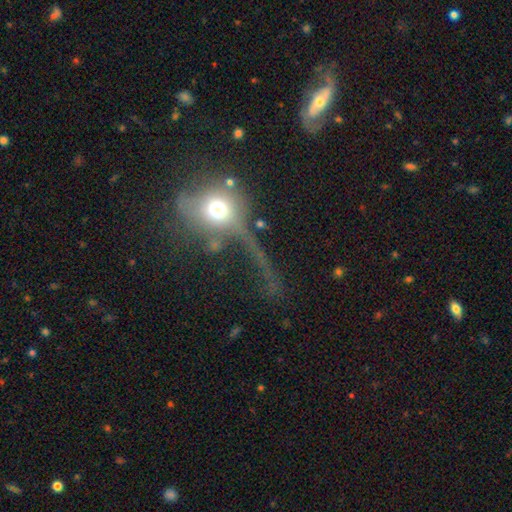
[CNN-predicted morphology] Smooth or featured? smooth (42%)
Merging? major disturbance (42%)